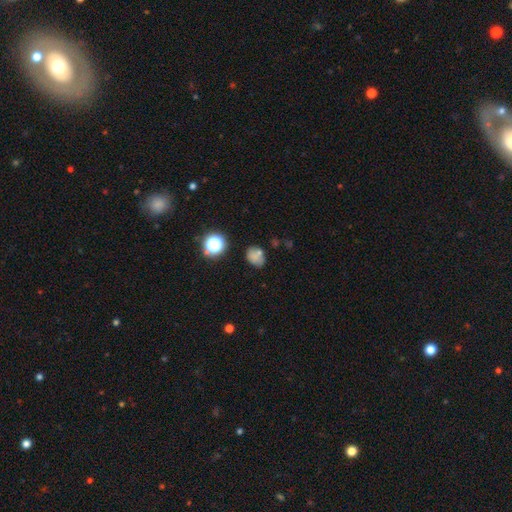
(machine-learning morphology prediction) Smooth or featured?
  - smooth: 69% *
  - star or artifact: 17%
  - featured or disk: 13%
How rounded?
  - in between: 52% *
  - round: 47%
  - cigar-shaped: 1%
Merging?
  - none: 58% *
  - minor disturbance: 19%
  - merger: 16%
  - major disturbance: 7%